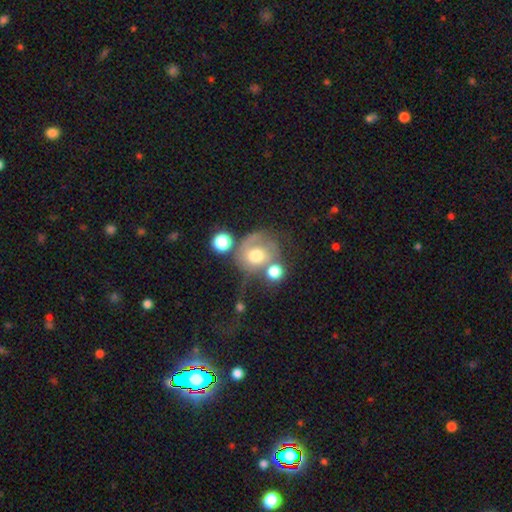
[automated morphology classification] featured or disk 48%, smooth 41%, star or artifact 11%. Down the decision tree: merging — none (32%).